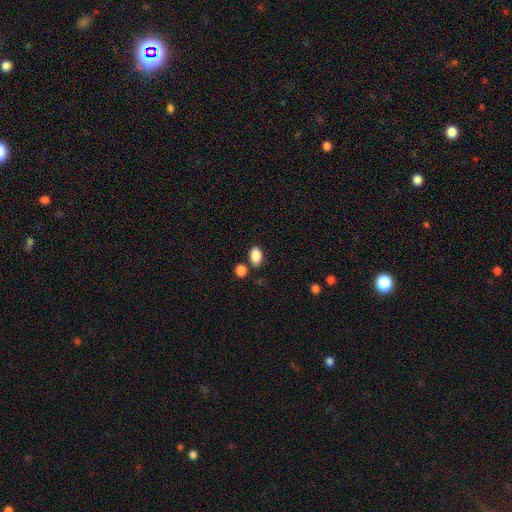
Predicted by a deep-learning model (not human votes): Smooth or featured: smooth — 88% (star or artifact — 8%)
How rounded: in between — 87% (round — 11%)
Merging: none — 78% (minor disturbance — 11%)